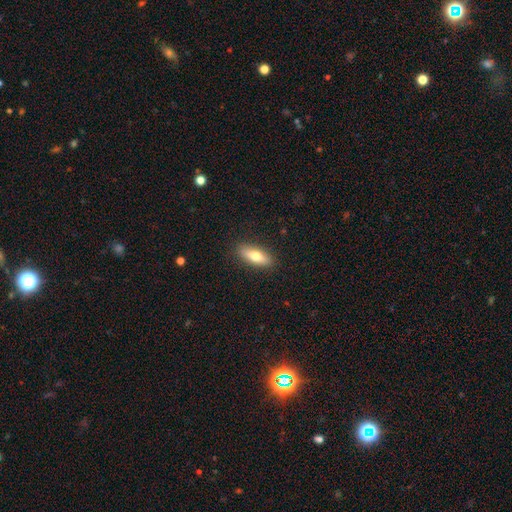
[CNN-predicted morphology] Smooth or featured: smooth — 68% (featured or disk — 25%)
How rounded: in between — 62% (cigar-shaped — 36%)
Merging: none — 88% (minor disturbance — 9%)